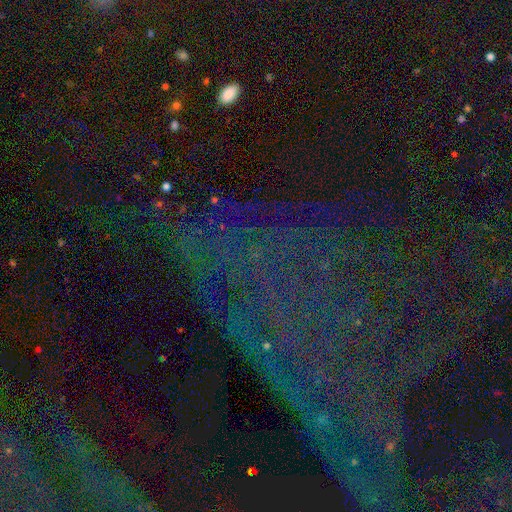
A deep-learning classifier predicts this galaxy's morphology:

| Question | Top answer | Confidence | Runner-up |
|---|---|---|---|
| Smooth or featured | star or artifact | 78% | featured or disk (12%) |